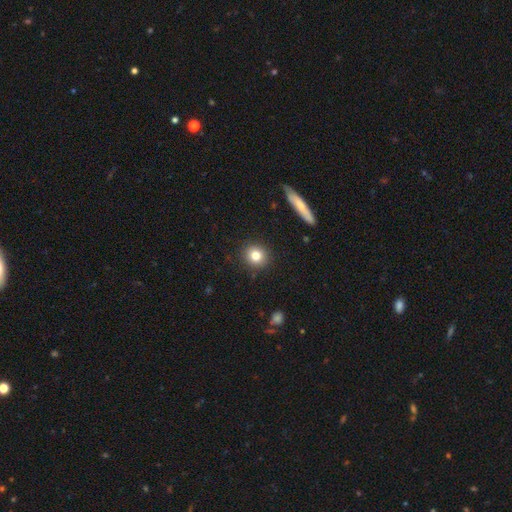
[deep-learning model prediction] Morphology: type=smooth (81%); roundness=round (89%); merging=none (91%).